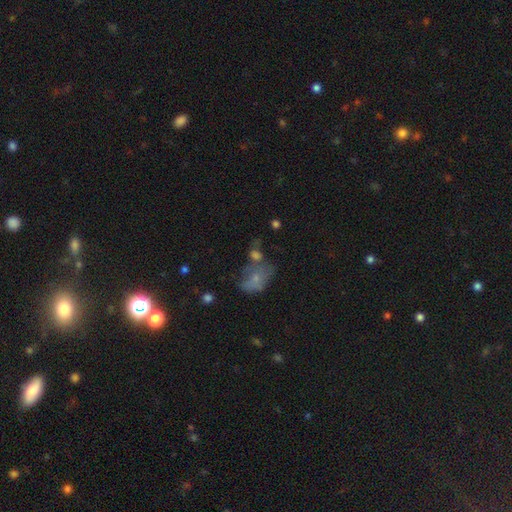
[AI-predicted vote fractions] smooth_or_featured: star or artifact (p=0.43) [alt: smooth p=0.34]